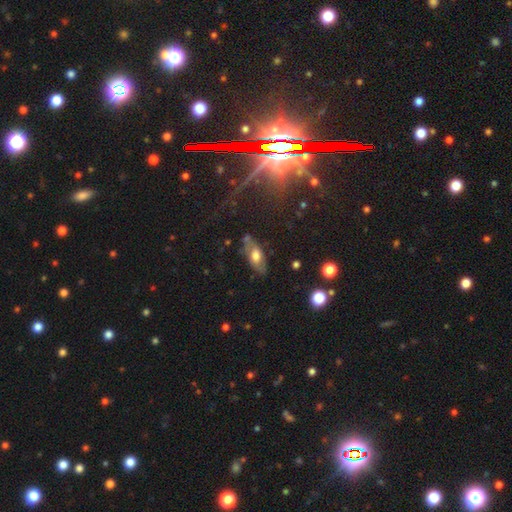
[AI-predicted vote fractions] Overall: smooth (55%; featured or disk 36%). How rounded: in between (80%). Merging: none (69%).